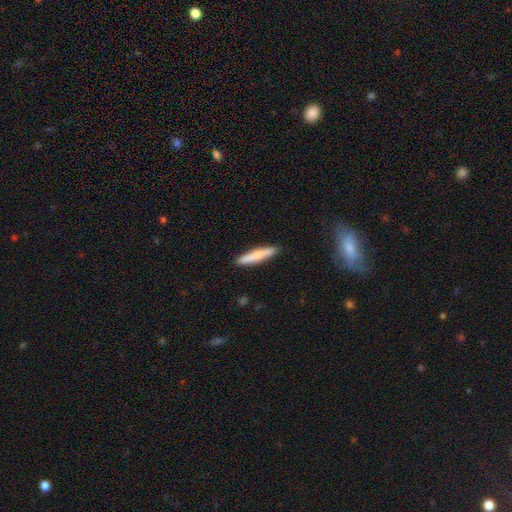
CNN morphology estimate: smooth 77%, featured or disk 17%, star or artifact 6%. Down the decision tree: how rounded — cigar-shaped (92%); merging — none (88%).